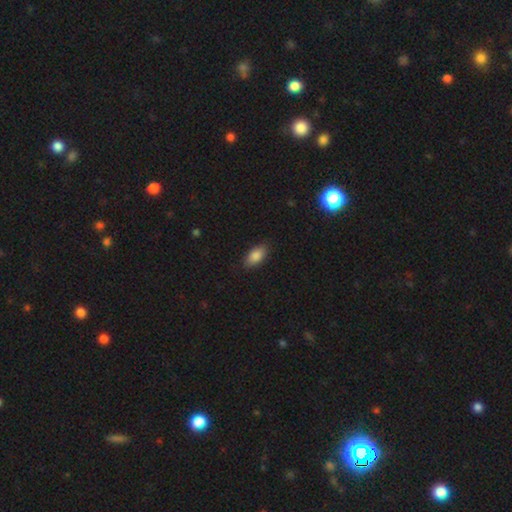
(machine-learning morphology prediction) Smooth or featured: smooth — 86% (star or artifact — 7%)
How rounded: in between — 91% (cigar-shaped — 5%)
Merging: none — 85% (minor disturbance — 12%)